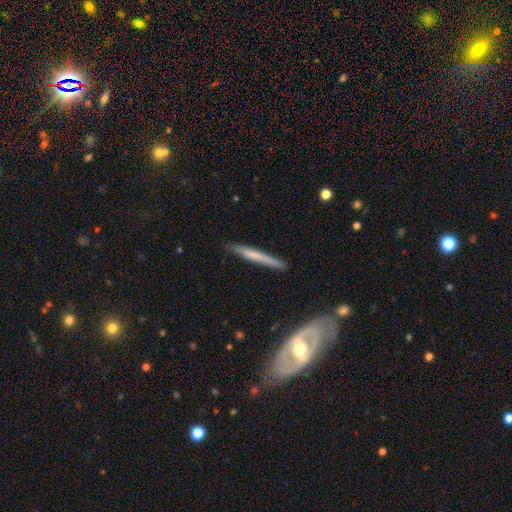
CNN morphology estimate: A smooth galaxy with no disk features (53%) that is cigar-shaped (96%). Merging: none (86%).